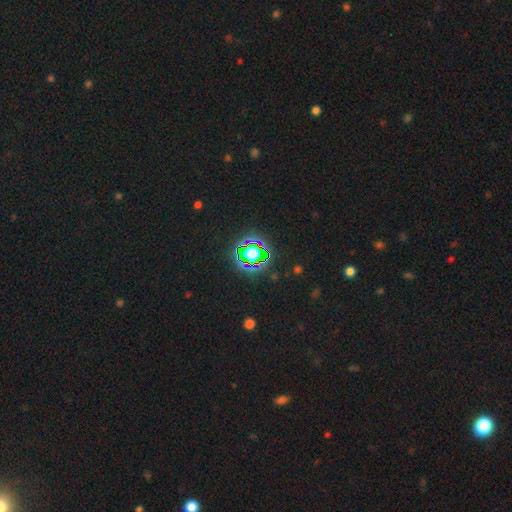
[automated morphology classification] Smooth or featured: star or artifact — 69% (smooth — 20%)